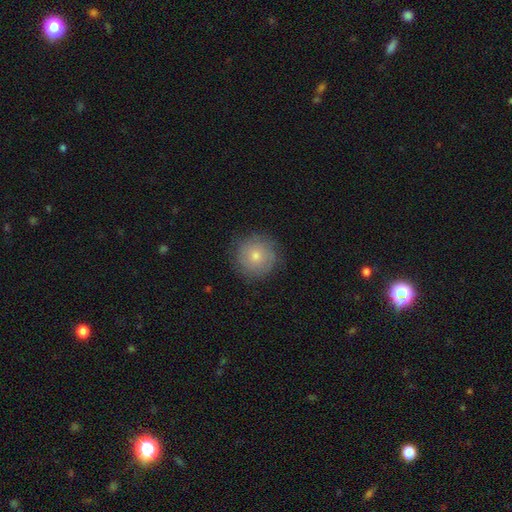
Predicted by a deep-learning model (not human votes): Smooth or featured?
  - smooth: 63% *
  - featured or disk: 26%
  - star or artifact: 11%
How rounded?
  - round: 95% *
  - in between: 4%
  - cigar-shaped: 1%
Merging?
  - none: 85% *
  - minor disturbance: 10%
  - major disturbance: 3%
  - merger: 1%